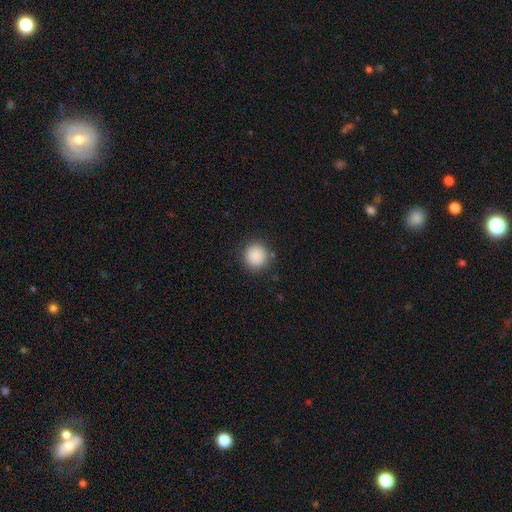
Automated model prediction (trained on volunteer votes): smooth 88%, star or artifact 9%, featured or disk 3%. Down the decision tree: how rounded — round (94%); merging — none (89%).